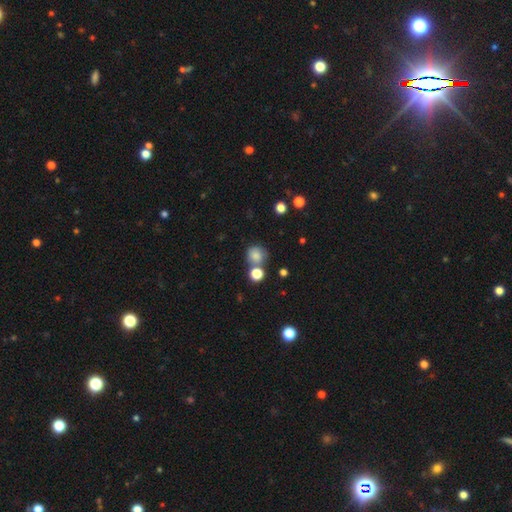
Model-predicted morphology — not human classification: This appears to be a smooth galaxy with no disk features (80%) that is round (87%). Merging: none (60%).